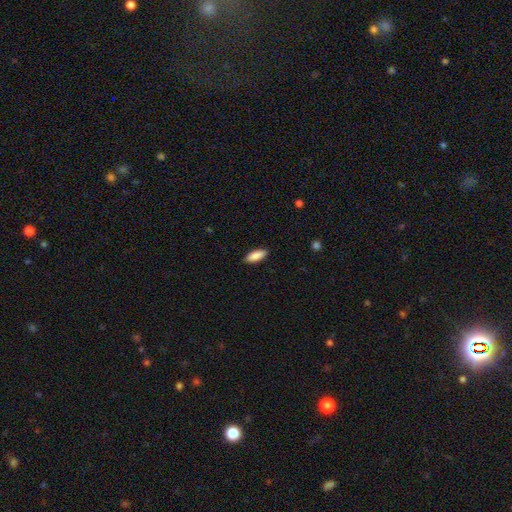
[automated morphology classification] Smooth or featured: smooth — 89% (star or artifact — 6%)
How rounded: in between — 77% (cigar-shaped — 21%)
Merging: none — 88% (minor disturbance — 9%)